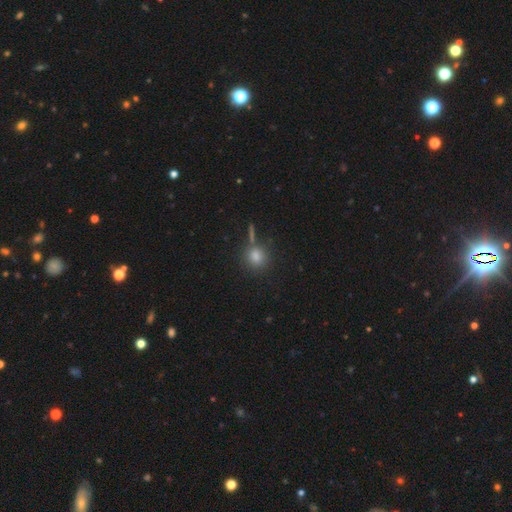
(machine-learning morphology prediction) This appears to be a smooth galaxy with no disk features (78%) that is round (89%). Merging: none (75%).